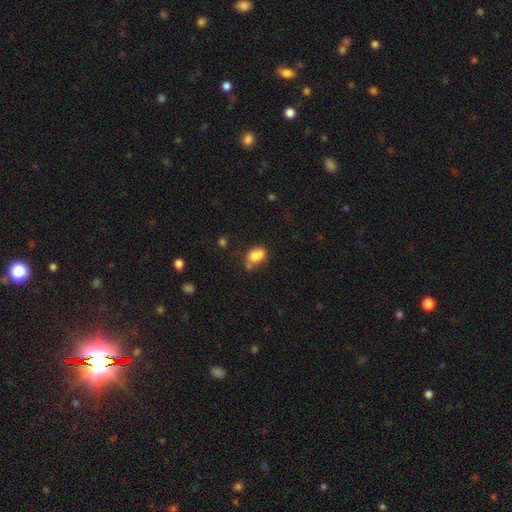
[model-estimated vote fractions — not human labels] Morphology: type=smooth (75%); roundness=in between (62%); merging=none (39%).